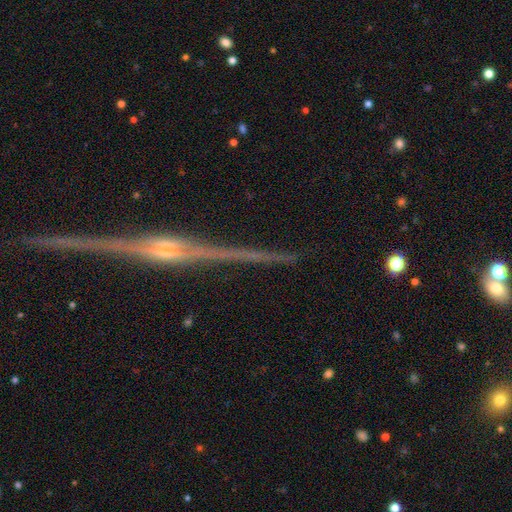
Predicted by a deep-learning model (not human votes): This appears to be a featured or disk galaxy (87%) viewed edge-on (98%) with a rounded central bulge (78%). Merging: none (90%).